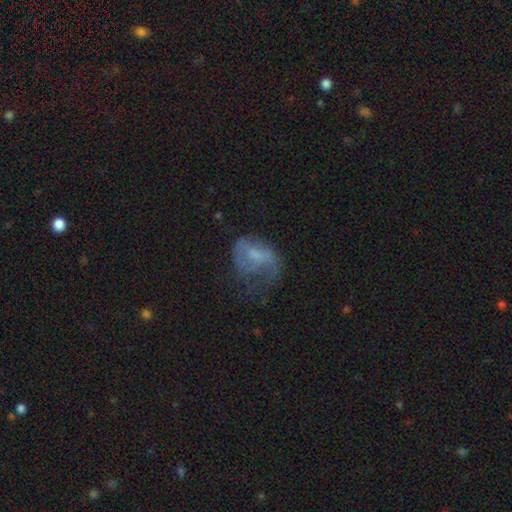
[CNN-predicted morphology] smooth_or_featured: featured or disk (p=0.54) [alt: smooth p=0.36]
disk_edge_on: no (p=0.97) [alt: yes p=0.03]
bar: no (p=0.55) [alt: weak p=0.37]
has_spiral_arms: yes (p=0.60) [alt: no p=0.40]
bulge_size: none (p=0.35) [alt: small p=0.31]
merging: major disturbance (p=0.41) [alt: none p=0.31]